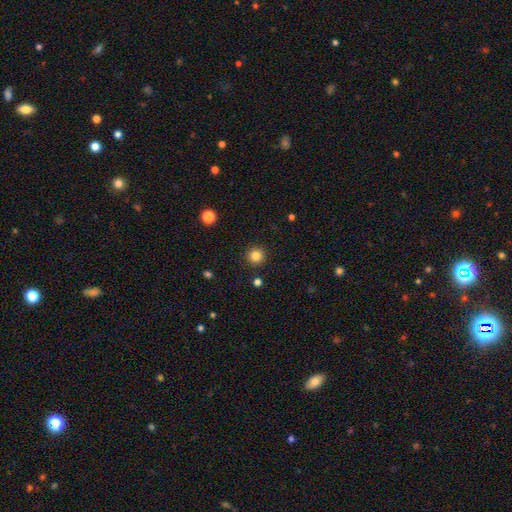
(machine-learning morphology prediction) type=smooth (84%); roundness=round (95%); merging=none (92%).